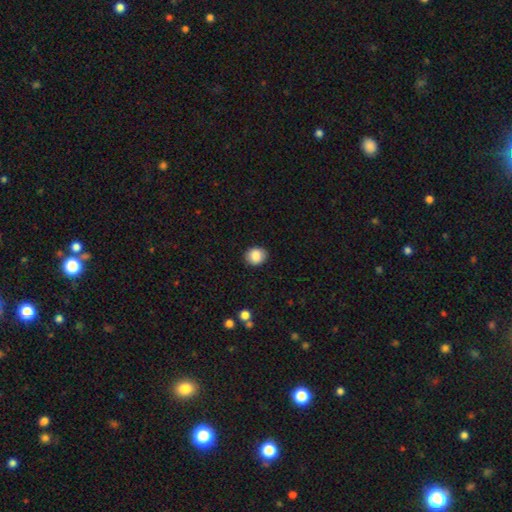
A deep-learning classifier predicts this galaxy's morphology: A smooth galaxy with no disk features (87%) that is round (70%).

Vote fractions:
- Smooth or featured? smooth: 87% / star or artifact: 8% / featured or disk: 5%
- How rounded? round: 70% / in between: 29% / cigar-shaped: 1%
- Merging? none: 88% / minor disturbance: 9% / major disturbance: 2% / merger: 1%